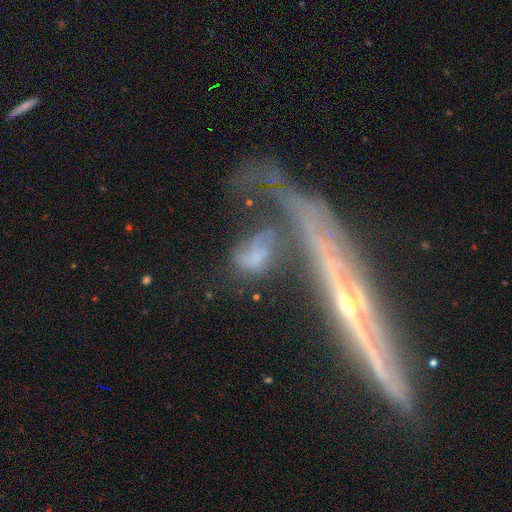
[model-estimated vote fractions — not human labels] The model was most divided on "merging": none: 29%, merger: 27%, major disturbance: 26%, minor disturbance: 18%. Remaining: smooth or featured — featured or disk (50%).